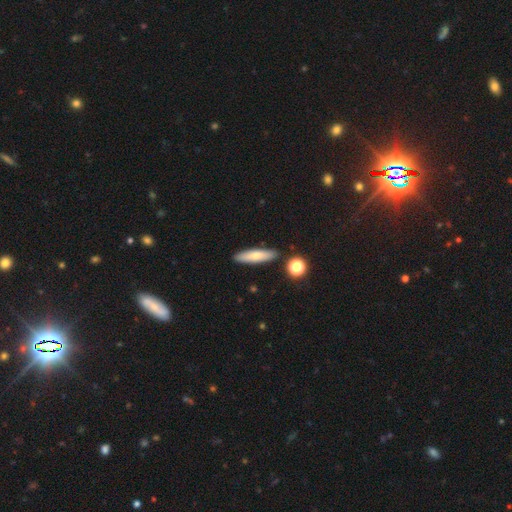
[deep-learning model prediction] Smooth or featured? Predicted: smooth (p=0.71). How rounded? Predicted: cigar-shaped (p=0.72). Merging? Predicted: none (p=0.88).